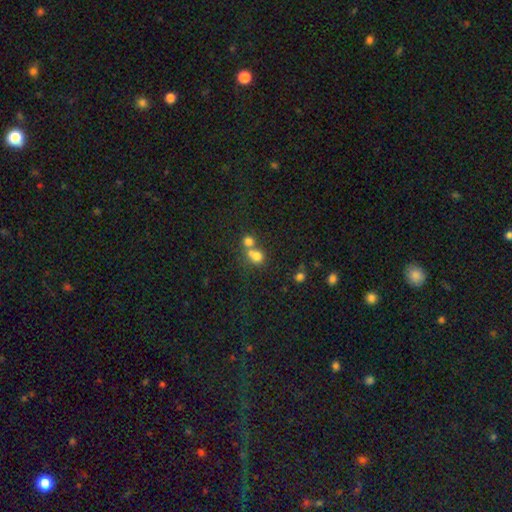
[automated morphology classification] Smooth or featured?
  - smooth: 73% *
  - star or artifact: 15%
  - featured or disk: 12%
How rounded?
  - round: 68% *
  - in between: 30%
  - cigar-shaped: 1%
Merging?
  - merger: 57% *
  - none: 32%
  - minor disturbance: 7%
  - major disturbance: 4%